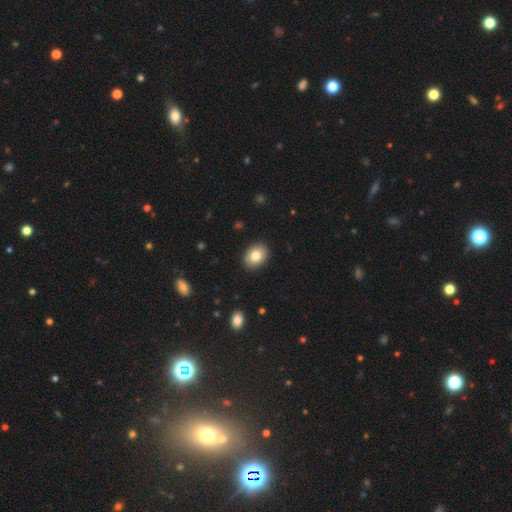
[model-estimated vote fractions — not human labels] A smooth galaxy with no disk features (82%) that is in between round and cigar-shaped (68%).

Vote fractions:
- Smooth or featured? smooth: 82% / featured or disk: 10% / star or artifact: 8%
- How rounded? in between: 68% / round: 32% / cigar-shaped: 1%
- Merging? none: 90% / minor disturbance: 7% / major disturbance: 2% / merger: 1%